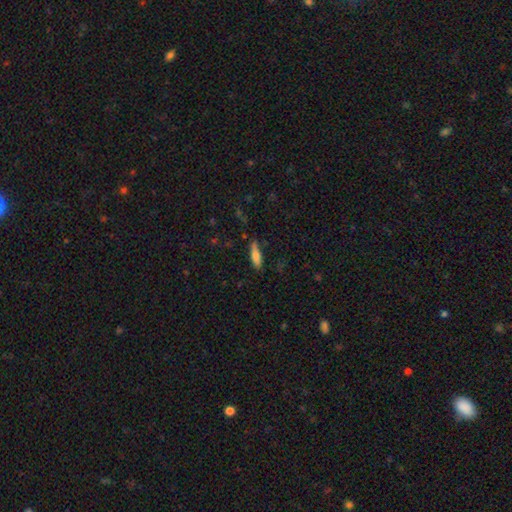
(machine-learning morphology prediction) This is likely a smooth galaxy (77%). How rounded: possibly cigar-shaped (55%). Merging: likely none (71%).